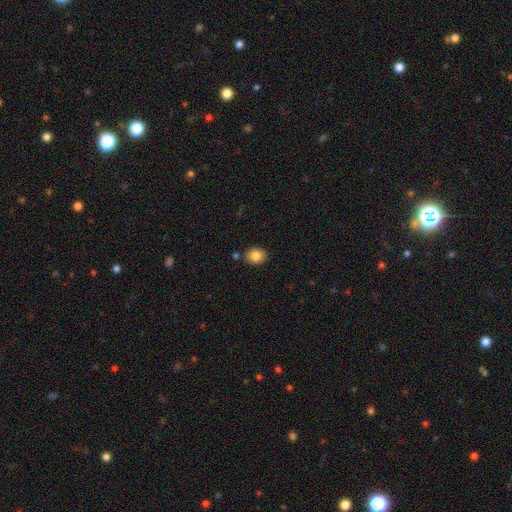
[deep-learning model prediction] This appears to be a smooth galaxy with no disk features (84%) that is in between round and cigar-shaped (56%). Merging: none (82%).